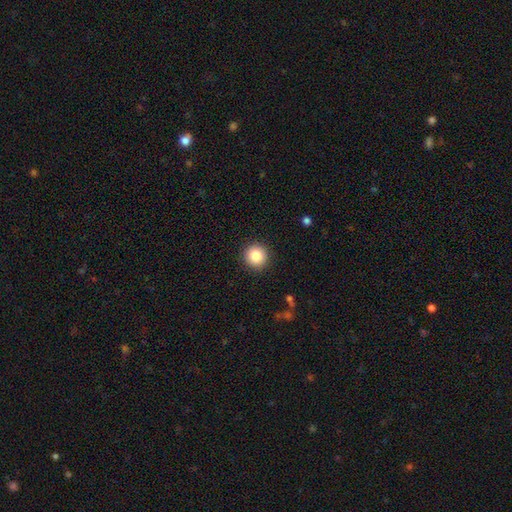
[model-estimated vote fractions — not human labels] smooth-or-featured: smooth: 85% | star or artifact: 9% | featured or disk: 6%
  how-rounded: round: 95% | in between: 4% | cigar-shaped: 1%
  merging: none: 91% | minor disturbance: 6% | major disturbance: 2% | merger: 1%